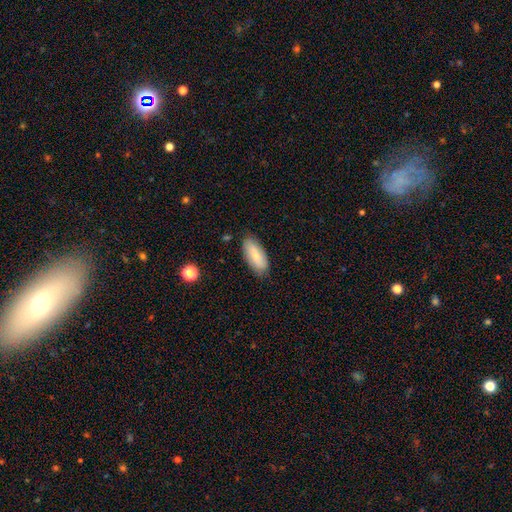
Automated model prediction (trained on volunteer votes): A smooth galaxy with no disk features (73%) that is in between round and cigar-shaped (86%).

Vote fractions:
- Smooth or featured? smooth: 73% / featured or disk: 20% / star or artifact: 6%
- How rounded? in between: 86% / cigar-shaped: 11% / round: 2%
- Merging? none: 81% / minor disturbance: 15% / major disturbance: 3% / merger: 1%